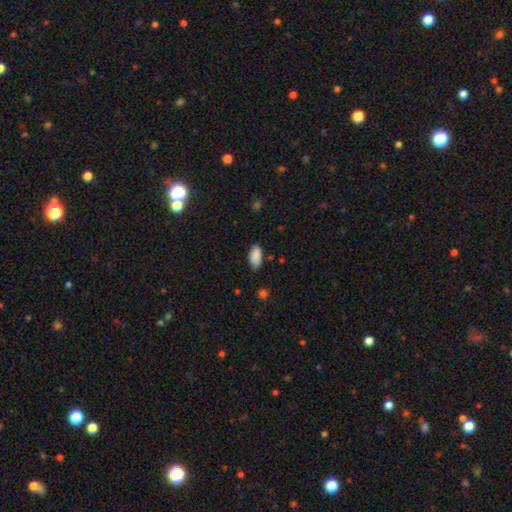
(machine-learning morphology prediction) Smooth or featured? smooth (89%)
How rounded? in between (93%)
Merging? none (81%)